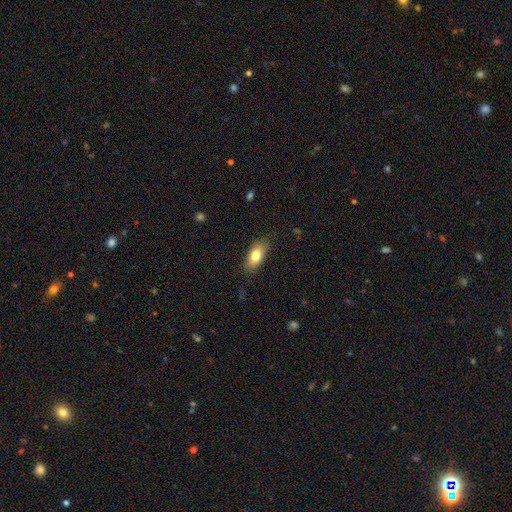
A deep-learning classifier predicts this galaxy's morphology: Smooth or featured?
  - smooth: 78% *
  - featured or disk: 15%
  - star or artifact: 8%
How rounded?
  - in between: 85% *
  - cigar-shaped: 9%
  - round: 6%
Merging?
  - none: 82% *
  - minor disturbance: 14%
  - major disturbance: 3%
  - merger: 1%